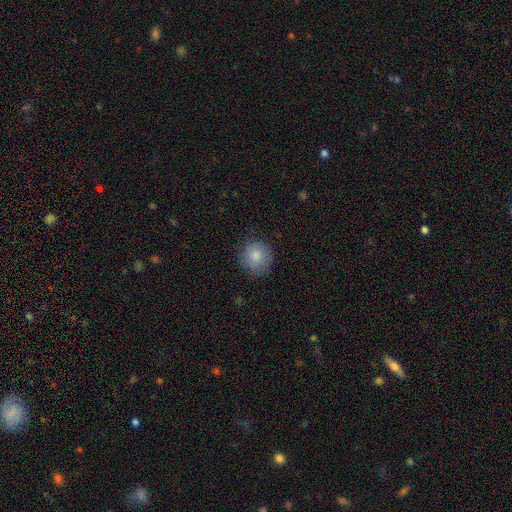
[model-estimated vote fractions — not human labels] smooth-or-featured: smooth: 84% | featured or disk: 8% | star or artifact: 8%
  how-rounded: round: 89% | in between: 10% | cigar-shaped: 1%
  merging: none: 82% | minor disturbance: 14% | major disturbance: 3% | merger: 1%